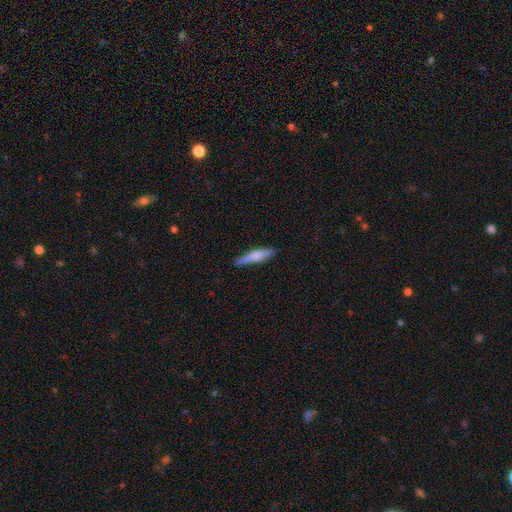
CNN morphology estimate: smooth 65%, featured or disk 30%, star or artifact 6%. Down the decision tree: how rounded — cigar-shaped (84%); merging — none (82%).